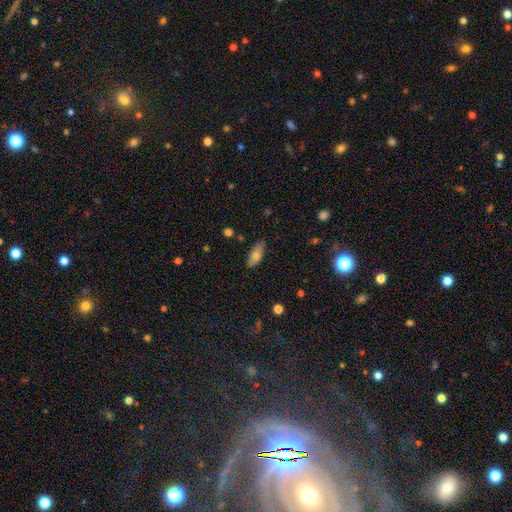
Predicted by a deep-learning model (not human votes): A smooth galaxy with no disk features (71%) that is in between round and cigar-shaped (82%).

Vote fractions:
- Smooth or featured? smooth: 71% / featured or disk: 22% / star or artifact: 7%
- How rounded? in between: 82% / cigar-shaped: 15% / round: 3%
- Merging? none: 80% / minor disturbance: 16% / major disturbance: 2% / merger: 1%